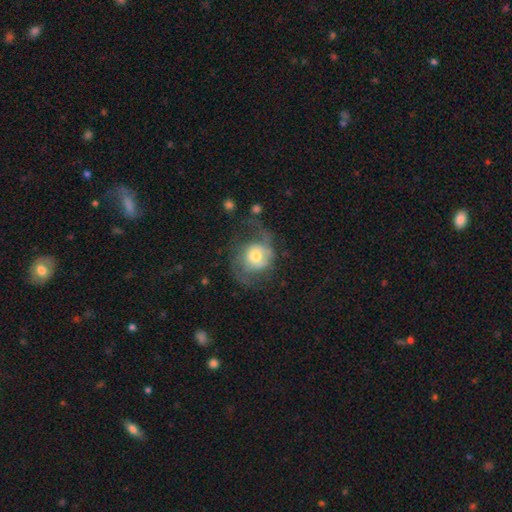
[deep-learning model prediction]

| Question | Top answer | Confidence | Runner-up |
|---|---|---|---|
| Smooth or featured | featured or disk | 54% | smooth (39%) |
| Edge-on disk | no | 97% | yes (3%) |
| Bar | no | 76% | weak (20%) |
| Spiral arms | yes | 74% | no (26%) |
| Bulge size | moderate | 65% | small (18%) |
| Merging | none | 38% | major disturbance (37%) |